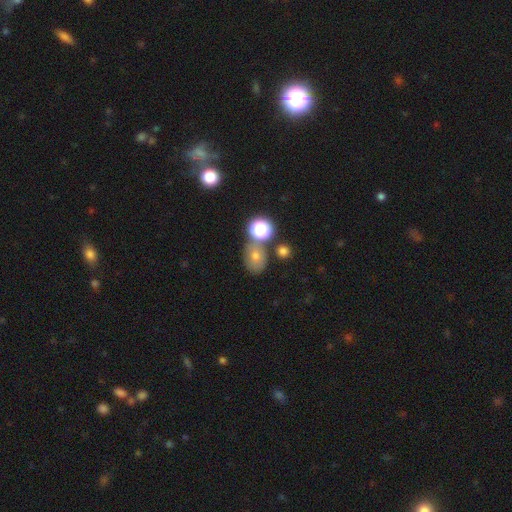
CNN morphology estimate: smooth-or-featured: smooth: 58% | star or artifact: 26% | featured or disk: 16%
  how-rounded: round: 54% | in between: 45% | cigar-shaped: 1%
  merging: none: 64% | merger: 19% | minor disturbance: 12% | major disturbance: 5%